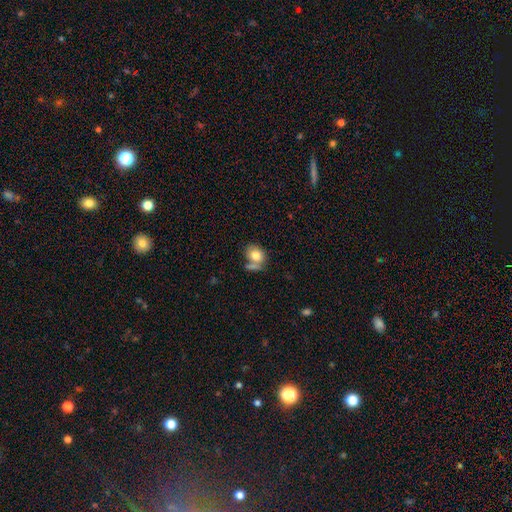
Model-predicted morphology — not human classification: The model was most divided on "how rounded": in between: 53%, round: 45%, cigar-shaped: 1%. More confident: smooth or featured — smooth (78%); merging — none (50%).